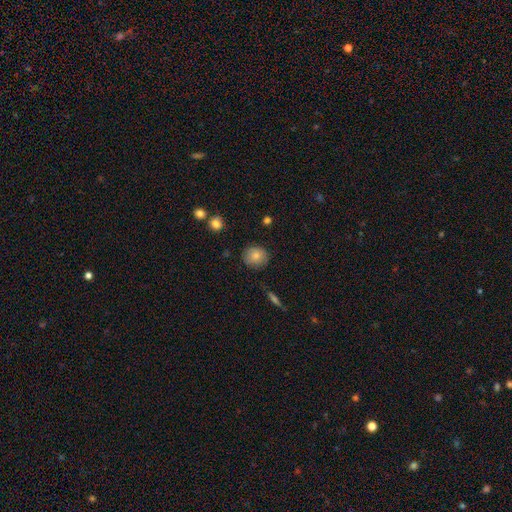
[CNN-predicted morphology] type=smooth (82%); roundness=round (83%); merging=none (84%).